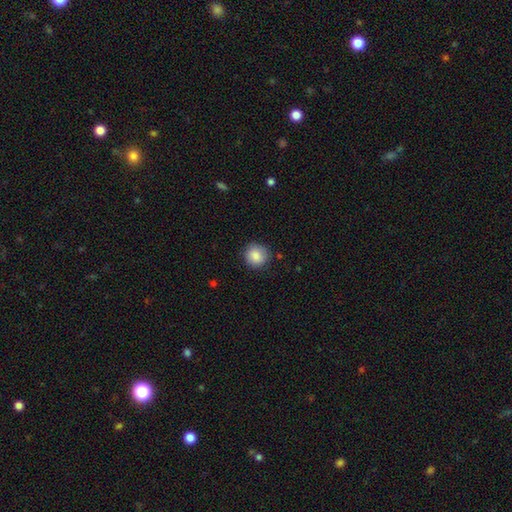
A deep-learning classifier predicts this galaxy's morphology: This appears to be a smooth galaxy with no disk features (87%) that is round (90%). Merging: none (85%).